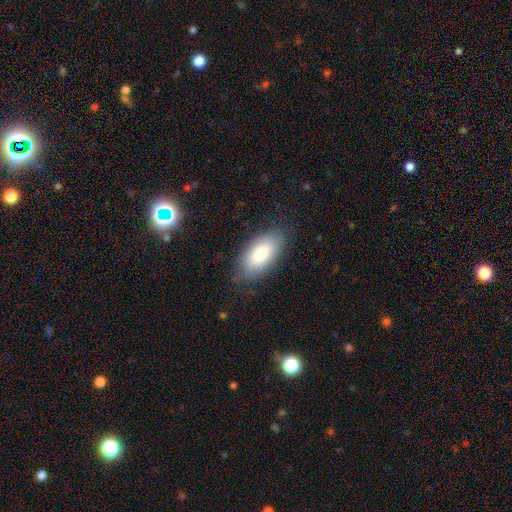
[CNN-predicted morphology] type=smooth (76%); roundness=in between (93%); merging=none (79%).